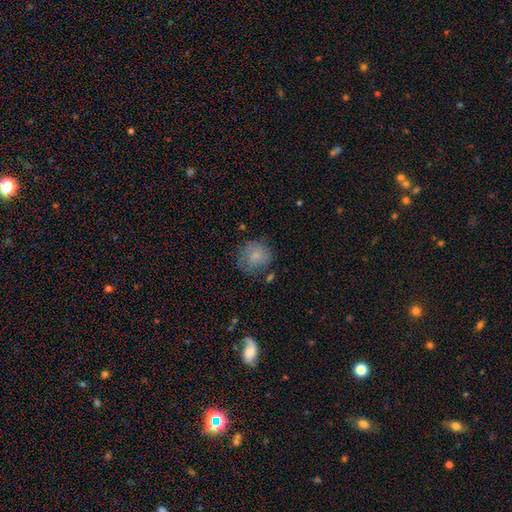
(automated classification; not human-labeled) Smooth or featured?
  - smooth: 81% *
  - featured or disk: 11%
  - star or artifact: 9%
How rounded?
  - round: 86% *
  - in between: 13%
  - cigar-shaped: 1%
Merging?
  - none: 66% *
  - minor disturbance: 22%
  - major disturbance: 8%
  - merger: 4%